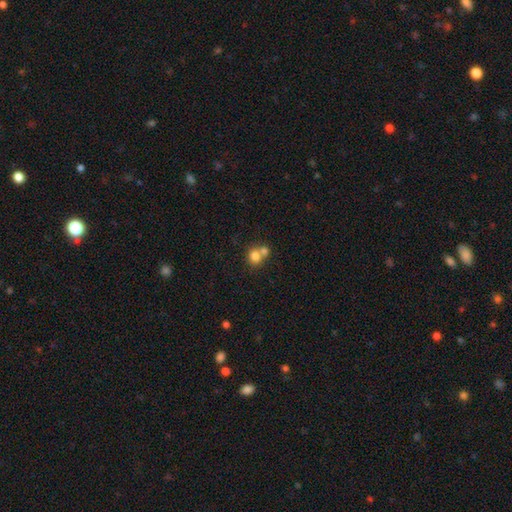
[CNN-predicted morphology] smooth-or-featured: smooth: 78% | featured or disk: 11% | star or artifact: 11%
  how-rounded: round: 81% | in between: 18% | cigar-shaped: 1%
  merging: merger: 53% | none: 38% | minor disturbance: 6% | major disturbance: 3%